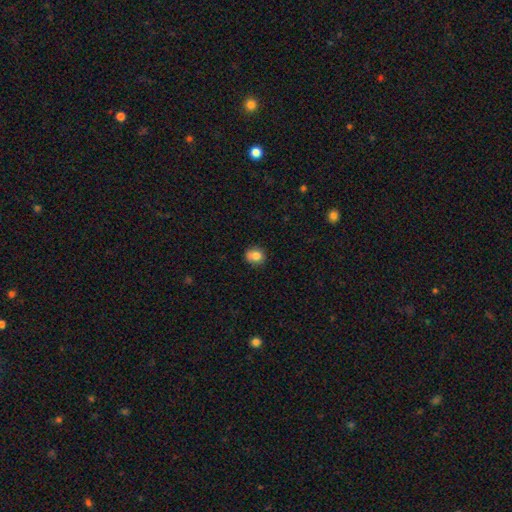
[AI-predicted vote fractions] A smooth galaxy with no disk features (83%) that is round (71%).

Vote fractions:
- Smooth or featured? smooth: 83% / star or artifact: 10% / featured or disk: 7%
- How rounded? round: 71% / in between: 28% / cigar-shaped: 1%
- Merging? none: 80% / minor disturbance: 16% / major disturbance: 3% / merger: 1%